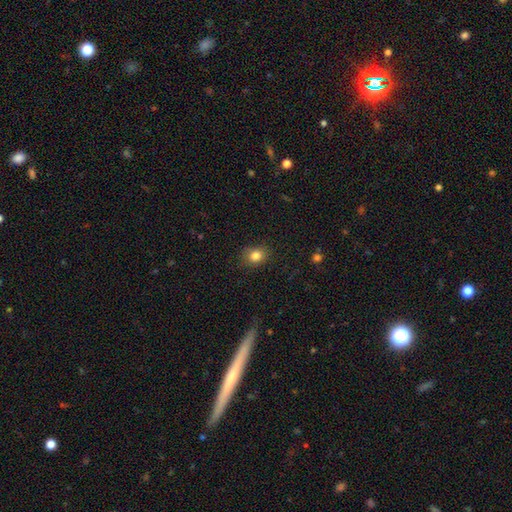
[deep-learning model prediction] The model was most divided on "how rounded": round: 61%, in between: 38%, cigar-shaped: 1%. More confident: merging — none (84%); smooth or featured — smooth (83%).